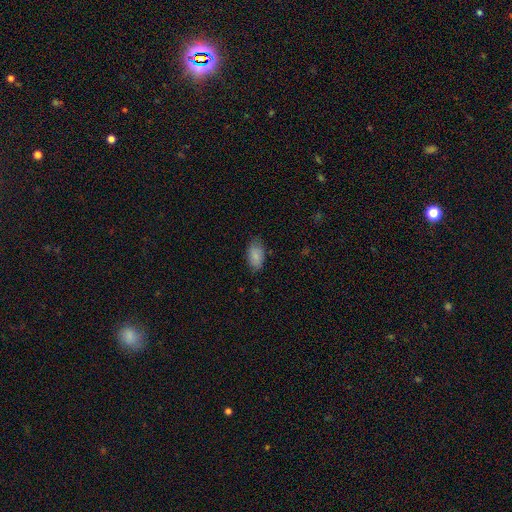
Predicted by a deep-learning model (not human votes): Smooth or featured?
  - smooth: 84% *
  - featured or disk: 10%
  - star or artifact: 7%
How rounded?
  - in between: 94% *
  - round: 4%
  - cigar-shaped: 3%
Merging?
  - none: 76% *
  - minor disturbance: 19%
  - major disturbance: 4%
  - merger: 1%